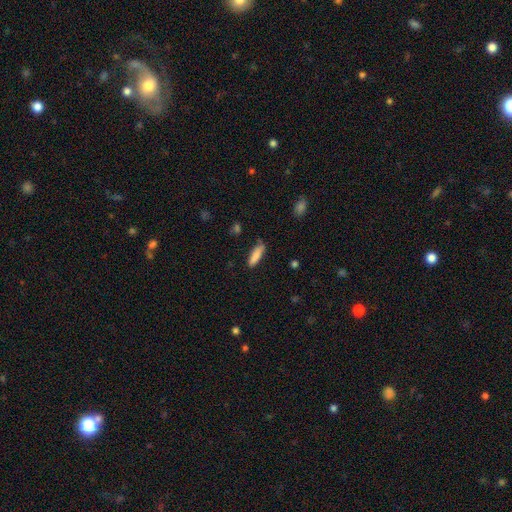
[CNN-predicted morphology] A smooth galaxy with no disk features (85%) that is cigar-shaped (63%).

Vote fractions:
- Smooth or featured? smooth: 85% / featured or disk: 9% / star or artifact: 6%
- How rounded? cigar-shaped: 63% / in between: 36% / round: 2%
- Merging? none: 76% / minor disturbance: 18% / major disturbance: 3% / merger: 2%